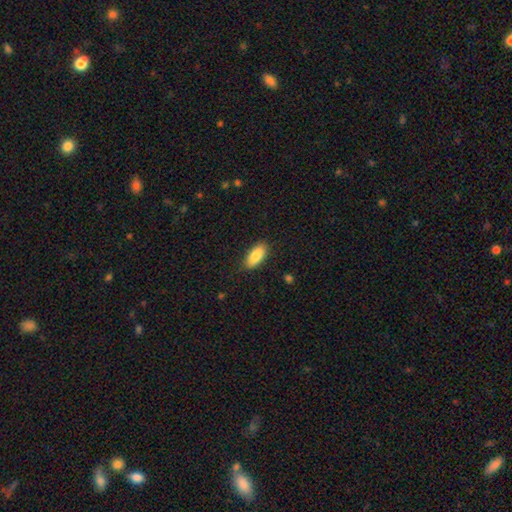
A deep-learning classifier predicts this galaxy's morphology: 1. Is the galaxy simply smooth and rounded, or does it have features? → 87% smooth, 7% featured or disk, 6% star or artifact.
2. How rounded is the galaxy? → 85% in between, 13% cigar-shaped, 2% round.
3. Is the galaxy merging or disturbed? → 86% none, 11% minor disturbance, 2% major disturbance, 1% merger.